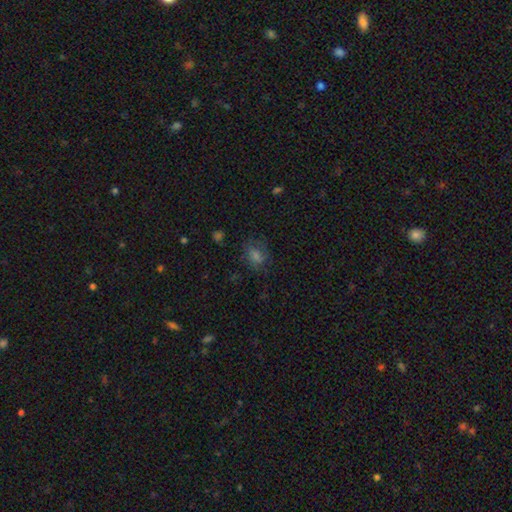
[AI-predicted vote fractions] Smooth or featured: smooth — 56% (star or artifact — 27%)
How rounded: in between — 62% (round — 36%)
Merging: none — 70% (minor disturbance — 18%)